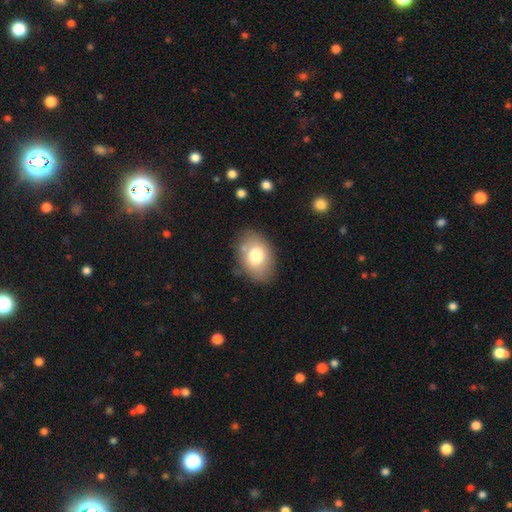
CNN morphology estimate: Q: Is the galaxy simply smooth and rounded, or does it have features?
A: smooth — 75%.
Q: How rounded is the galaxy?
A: in between — 80%.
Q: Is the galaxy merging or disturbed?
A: none — 79%.